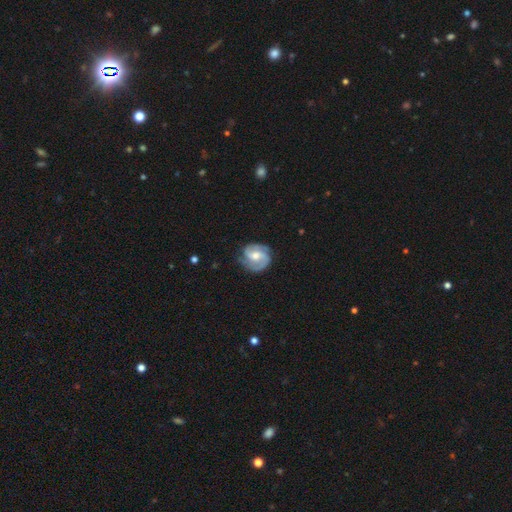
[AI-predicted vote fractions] This appears to be a featured or disk galaxy (85%) with a weak bar (46%), 2 (77%) medium (46%) spiral arms (97%) and a moderate central bulge (66%). Merging: none (77%).